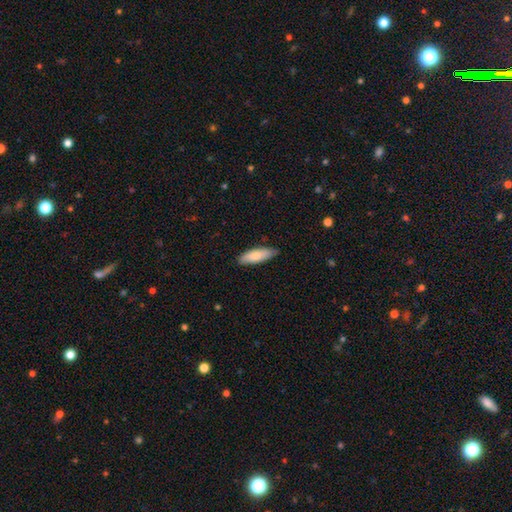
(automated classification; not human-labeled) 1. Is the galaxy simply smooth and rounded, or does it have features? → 81% smooth, 14% featured or disk, 5% star or artifact.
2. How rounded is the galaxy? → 54% in between, 44% cigar-shaped, 2% round.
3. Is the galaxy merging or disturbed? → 83% none, 14% minor disturbance, 2% major disturbance, 1% merger.